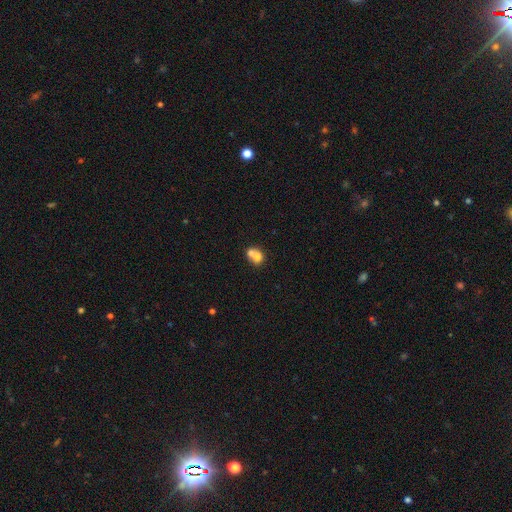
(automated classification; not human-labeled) Smooth or featured? Predicted: smooth (p=0.69). How rounded? Predicted: round (p=0.55). Merging? Predicted: merger (p=0.65).